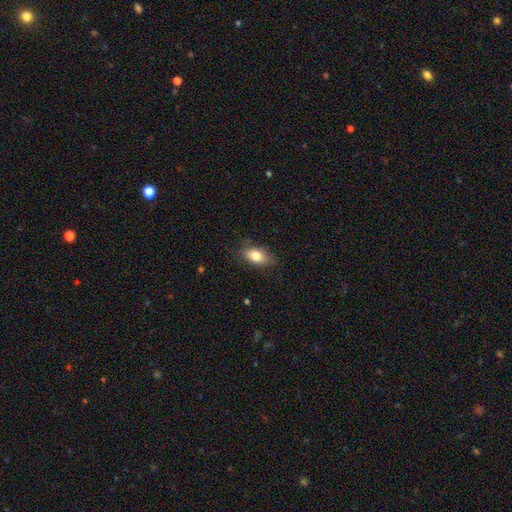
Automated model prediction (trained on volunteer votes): Smooth or featured? Predicted: smooth (p=0.80). How rounded? Predicted: in between (p=0.88). Merging? Predicted: none (p=0.77).